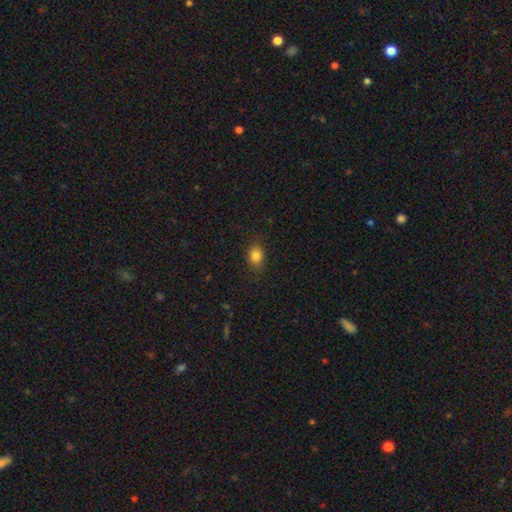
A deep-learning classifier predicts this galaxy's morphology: A smooth galaxy with no disk features (84%) that is in between round and cigar-shaped (59%).

Vote fractions:
- Smooth or featured? smooth: 84% / star or artifact: 10% / featured or disk: 5%
- How rounded? in between: 59% / round: 40% / cigar-shaped: 1%
- Merging? none: 85% / minor disturbance: 11% / major disturbance: 3% / merger: 1%